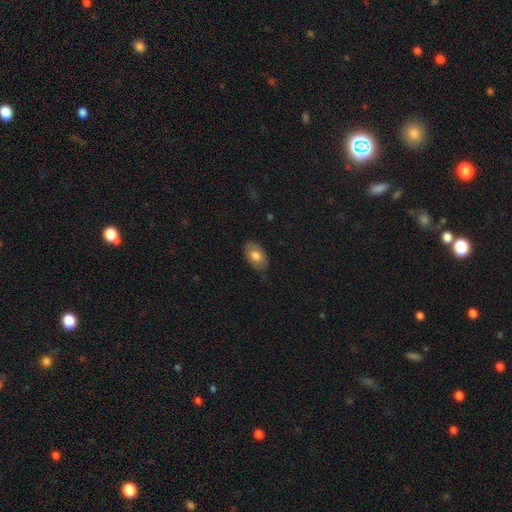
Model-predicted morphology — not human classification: smooth-or-featured: smooth: 74% | featured or disk: 19% | star or artifact: 7%
  how-rounded: in between: 90% | round: 9% | cigar-shaped: 1%
  merging: none: 82% | minor disturbance: 14% | major disturbance: 3% | merger: 1%